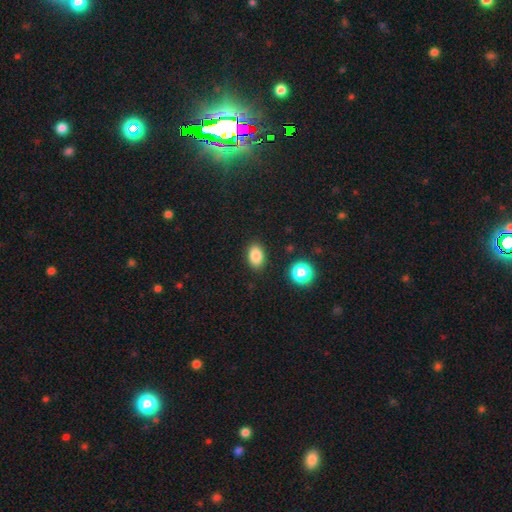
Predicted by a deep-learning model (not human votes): smooth 85%, star or artifact 10%, featured or disk 5%. Down the decision tree: how rounded — in between (86%); merging — none (87%).